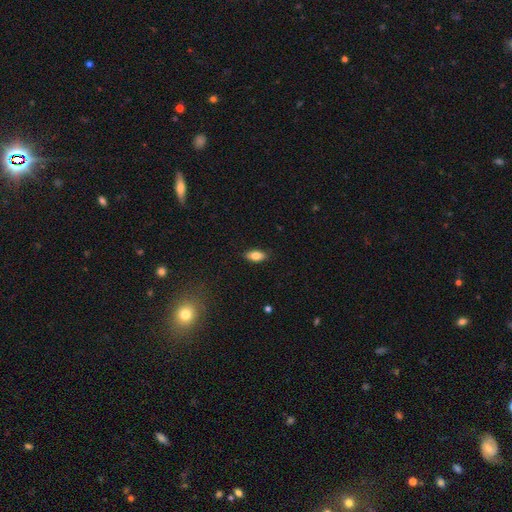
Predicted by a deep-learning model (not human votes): This appears to be a smooth galaxy with no disk features (80%) that is in between round and cigar-shaped (88%). Merging: none (87%).